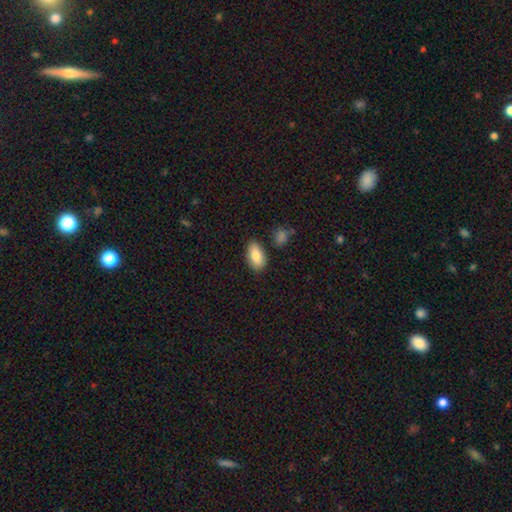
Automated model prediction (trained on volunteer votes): Smooth or featured? smooth (83%)
How rounded? in between (92%)
Merging? none (83%)